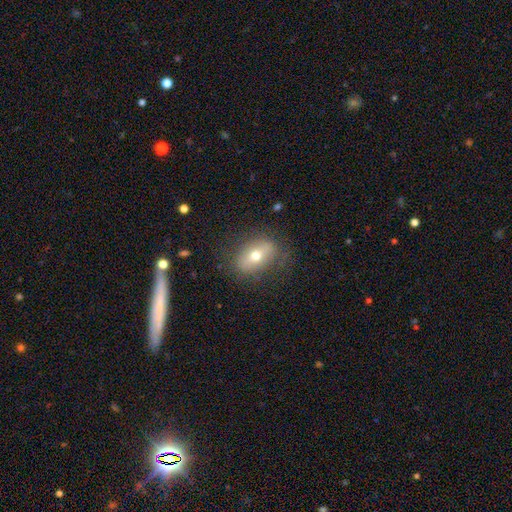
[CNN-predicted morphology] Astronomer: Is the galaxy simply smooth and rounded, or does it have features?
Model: smooth — 56% (runner-up: featured or disk, 34%).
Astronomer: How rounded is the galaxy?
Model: in between — 76%.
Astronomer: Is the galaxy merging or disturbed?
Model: none — 76%.